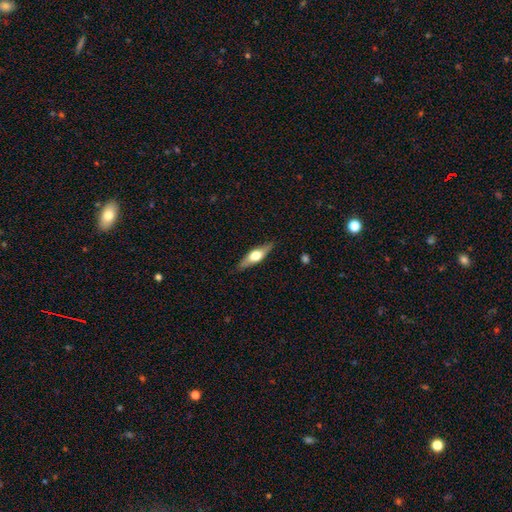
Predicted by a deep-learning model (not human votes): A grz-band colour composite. It shows a featured or disk galaxy (57%) viewed edge-on (93%) with a rounded central bulge (93%). Merging: none (85%).